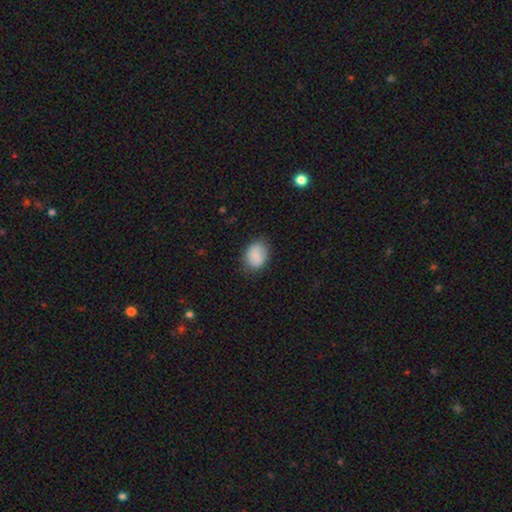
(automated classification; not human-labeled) This is clearly a smooth galaxy (87%). How rounded: likely in between (62%). Merging: likely none (78%).